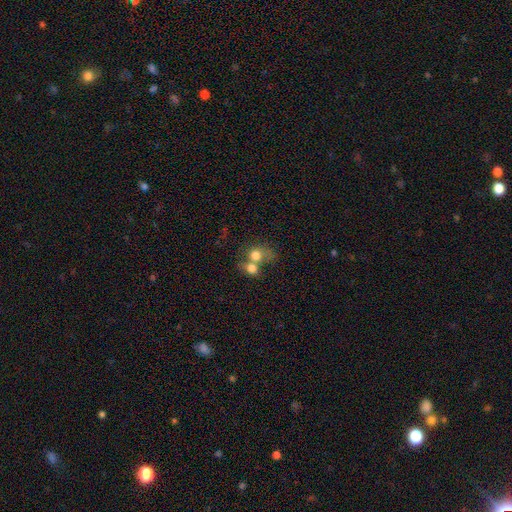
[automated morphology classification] Smooth or featured? Predicted: smooth (p=0.73). How rounded? Predicted: round (p=0.61). Merging? Predicted: merger (p=0.71).